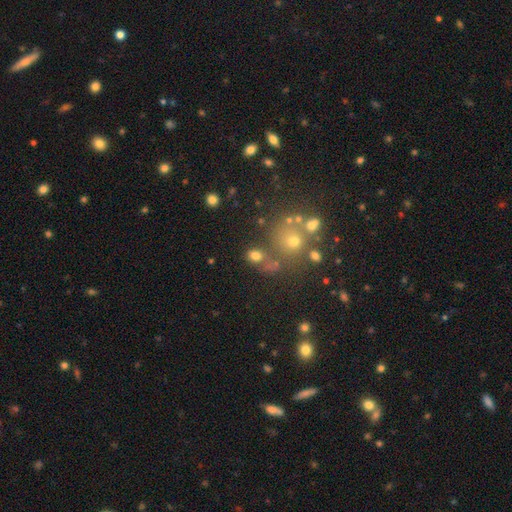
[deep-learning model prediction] Q: Smooth or featured?
A: smooth (72%); runner-up: star or artifact (18%)
Q: How rounded?
A: round (54%); runner-up: in between (44%)
Q: Merging?
A: none (63%); runner-up: merger (16%)